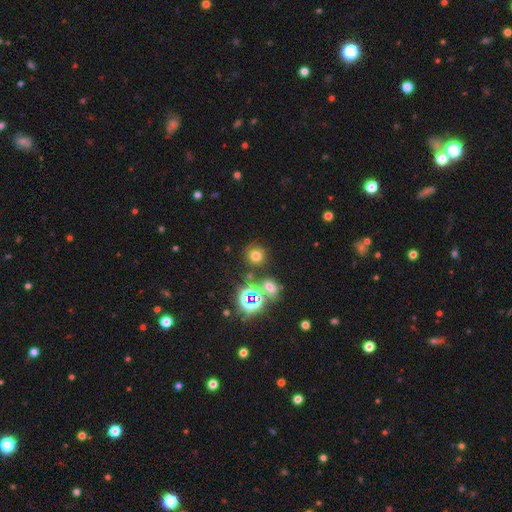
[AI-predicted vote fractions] Morphology: type=smooth (61%); roundness=round (90%); merging=none (79%).